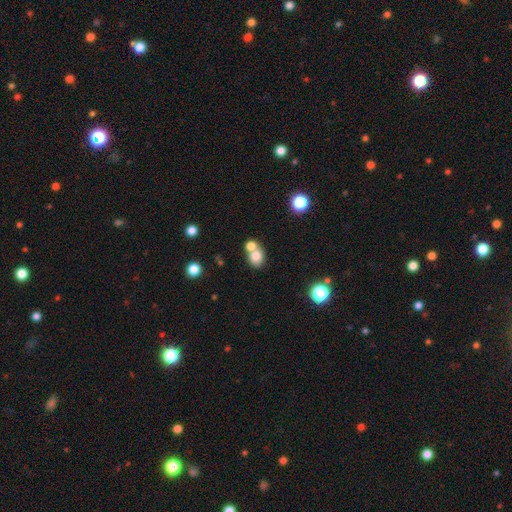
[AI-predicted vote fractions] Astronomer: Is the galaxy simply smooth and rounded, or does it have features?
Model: smooth — 77%.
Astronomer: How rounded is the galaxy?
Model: round — 54% (runner-up: in between, 45%).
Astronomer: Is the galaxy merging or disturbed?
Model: merger — 51% (runner-up: none, 38%).